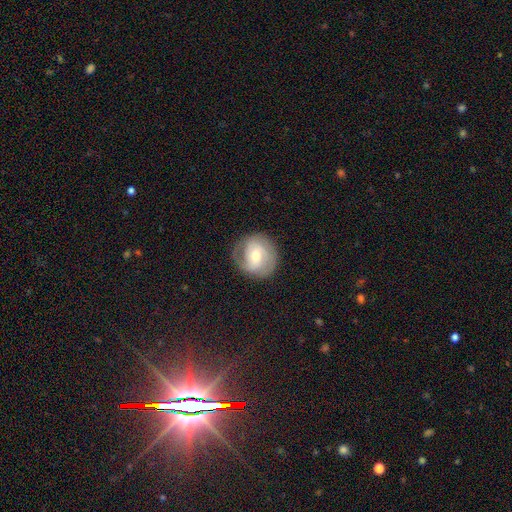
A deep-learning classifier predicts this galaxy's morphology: This is likely a featured or disk galaxy (62%). It is clearly not viewed edge-on (97%). Bar: possibly no (47%). Spiral arm pattern: clearly yes (85%). Spiral arm count: possibly 2 (51%). Spiral winding: marginally tight (45%). Central bulge: possibly moderate (55%). Merging: likely none (75%).